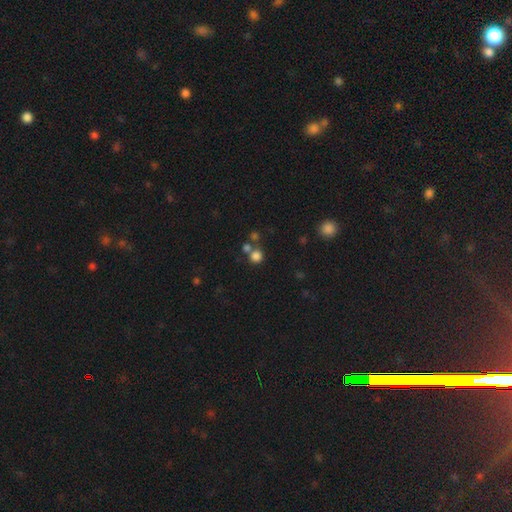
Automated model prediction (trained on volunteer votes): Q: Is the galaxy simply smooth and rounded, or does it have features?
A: smooth — 78%.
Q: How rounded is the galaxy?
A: round — 89%.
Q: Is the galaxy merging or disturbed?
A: none — 60%.